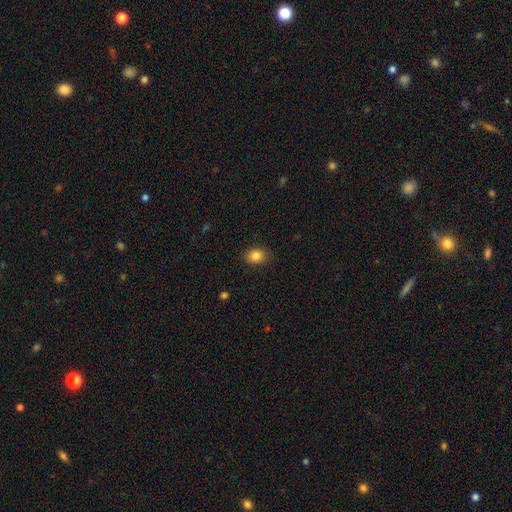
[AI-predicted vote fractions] Smooth or featured? smooth (85%)
How rounded? in between (55%)
Merging? none (87%)